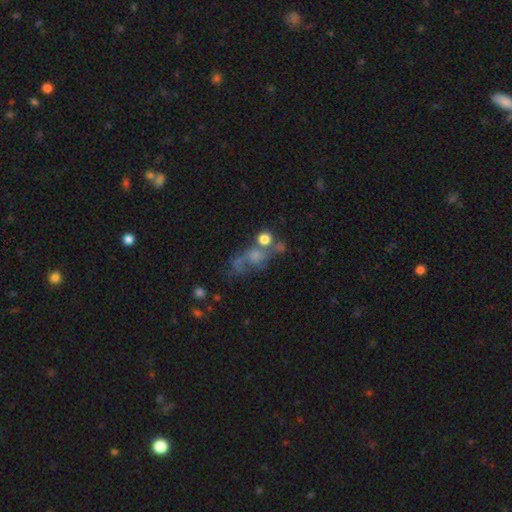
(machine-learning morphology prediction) type=smooth (43%); merging=none (30%).